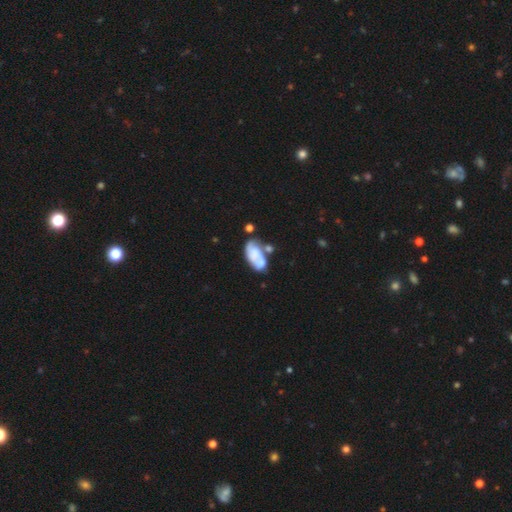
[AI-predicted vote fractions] Morphology: type=featured or disk (49%); merging=none (33%, tied with merger).